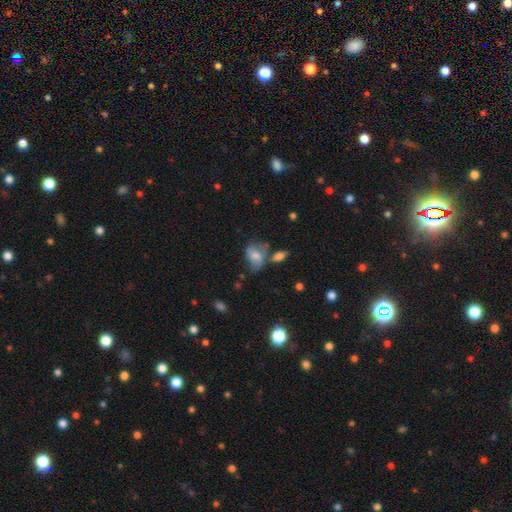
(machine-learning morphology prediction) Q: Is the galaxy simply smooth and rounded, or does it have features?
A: smooth — 59%.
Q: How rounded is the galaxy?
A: in between — 76%.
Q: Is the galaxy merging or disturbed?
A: none — 39%.